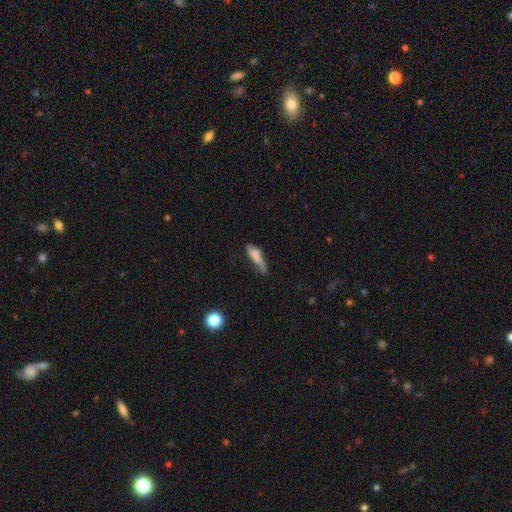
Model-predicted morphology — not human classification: smooth-or-featured: smooth: 69% | featured or disk: 21% | star or artifact: 9%
  how-rounded: cigar-shaped: 67% | in between: 30% | round: 3%
  merging: none: 40% | minor disturbance: 33% | major disturbance: 19% | merger: 7%